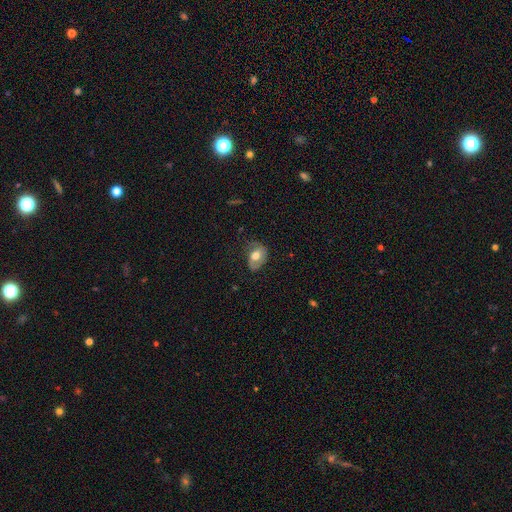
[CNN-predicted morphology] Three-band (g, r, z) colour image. It shows a smooth galaxy with no disk features (55%) that is in between round and cigar-shaped (73%). Merging: none (55%).